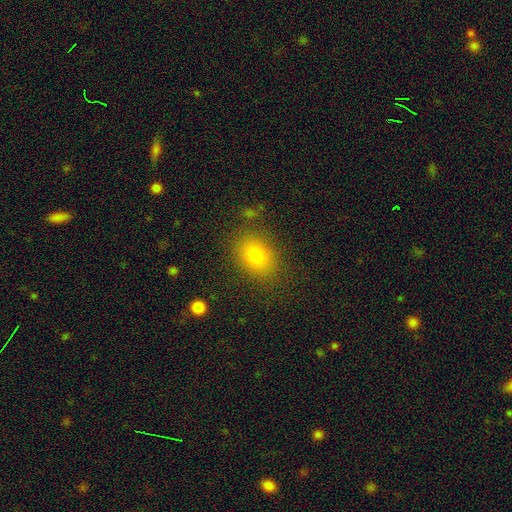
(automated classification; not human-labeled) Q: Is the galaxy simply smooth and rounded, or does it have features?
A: smooth — 78%.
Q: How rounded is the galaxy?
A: in between — 61%.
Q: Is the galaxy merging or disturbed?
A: none — 83%.